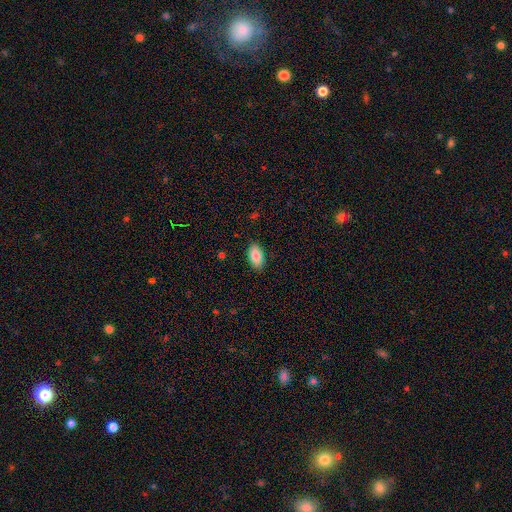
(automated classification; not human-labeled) Smooth or featured? Predicted: smooth (p=0.87). How rounded? Predicted: in between (p=0.94). Merging? Predicted: none (p=0.87).